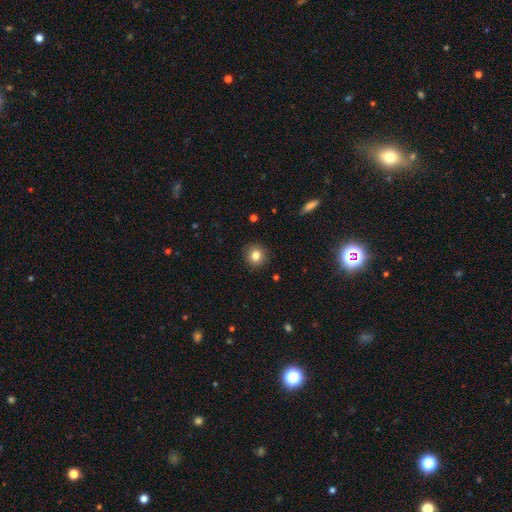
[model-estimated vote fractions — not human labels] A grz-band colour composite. It shows a smooth galaxy with no disk features (82%) that is round (89%). Merging: none (91%).